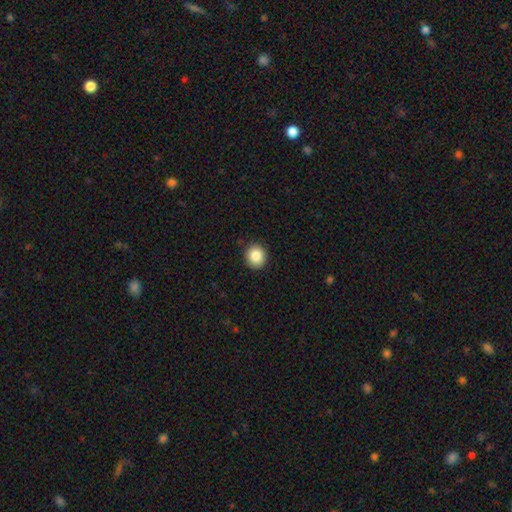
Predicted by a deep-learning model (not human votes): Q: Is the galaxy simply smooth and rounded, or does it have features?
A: smooth — 87%.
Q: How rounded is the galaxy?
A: round — 83%.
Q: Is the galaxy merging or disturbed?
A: none — 88%.